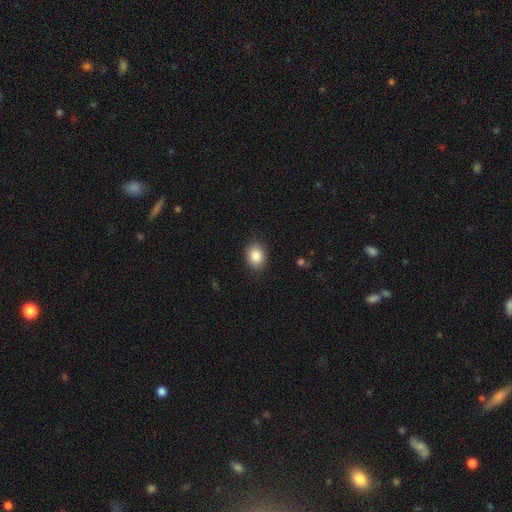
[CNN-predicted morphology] This appears to be a smooth galaxy with no disk features (86%) that is in between round and cigar-shaped (56%). Merging: none (88%).